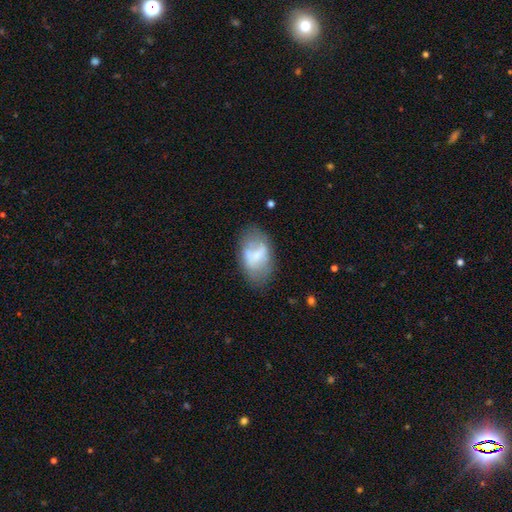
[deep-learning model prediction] This is possibly a smooth galaxy (53%). How rounded: clearly in between (89%). Merging: possibly none (59%).